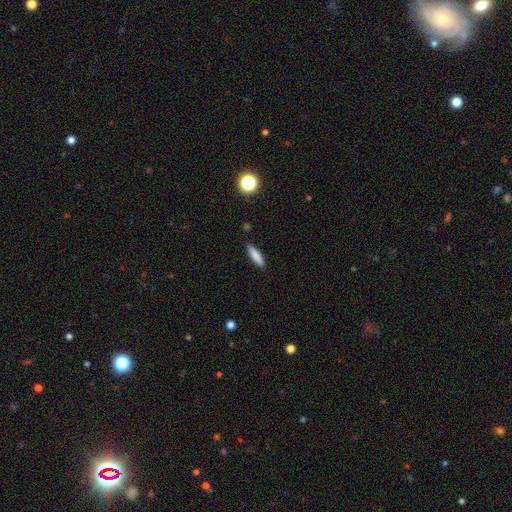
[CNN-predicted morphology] The model was most divided on "how rounded": cigar-shaped: 76%, in between: 23%, round: 2%. More confident: merging — none (88%); smooth or featured — smooth (84%).